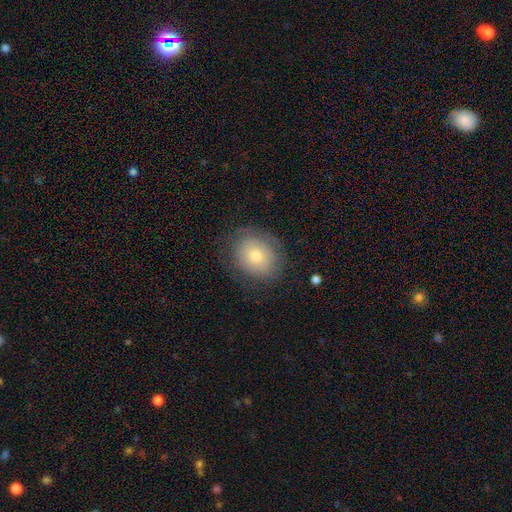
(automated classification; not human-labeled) Smooth or featured?
  - smooth: 68% *
  - featured or disk: 22%
  - star or artifact: 10%
How rounded?
  - round: 58% *
  - in between: 41%
  - cigar-shaped: 1%
Merging?
  - none: 77% *
  - minor disturbance: 15%
  - major disturbance: 6%
  - merger: 1%